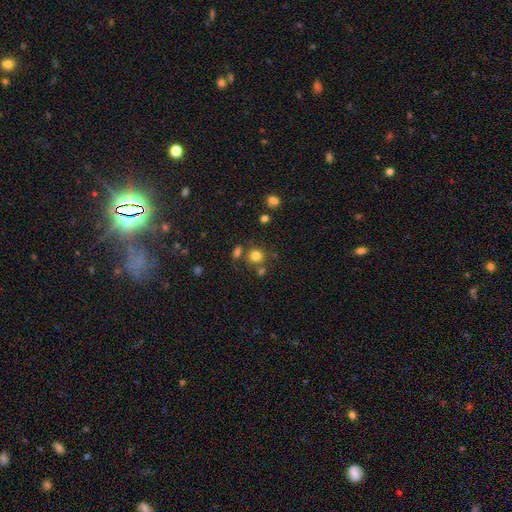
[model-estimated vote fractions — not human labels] Overall: smooth (78%). How rounded: round (87%). Merging: none (71%).